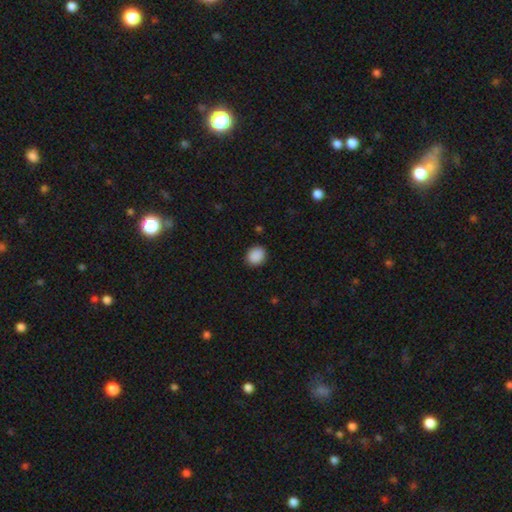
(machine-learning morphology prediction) Smooth or featured?
  - smooth: 89% *
  - star or artifact: 8%
  - featured or disk: 2%
How rounded?
  - round: 67% *
  - in between: 32%
  - cigar-shaped: 1%
Merging?
  - none: 90% *
  - minor disturbance: 7%
  - major disturbance: 2%
  - merger: 1%